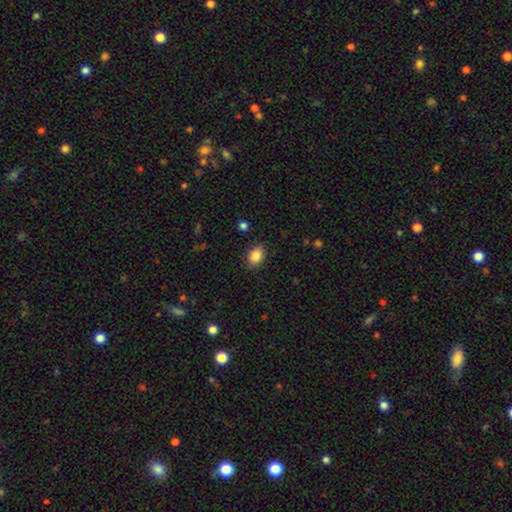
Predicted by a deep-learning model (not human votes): Smooth or featured? smooth (87%)
How rounded? in between (77%)
Merging? none (86%)